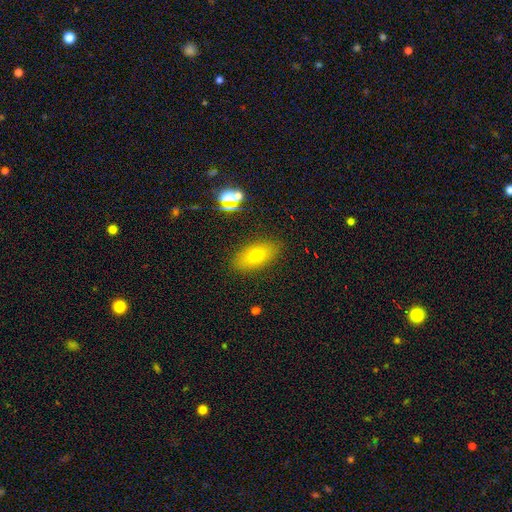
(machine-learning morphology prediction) Overall: smooth (69%). How rounded: in between (87%). Merging: none (86%).